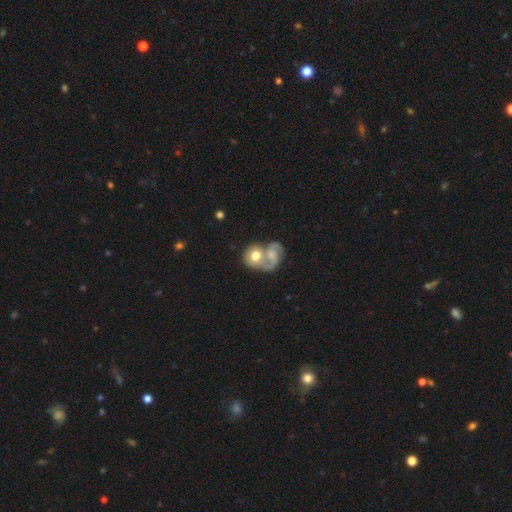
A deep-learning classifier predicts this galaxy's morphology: A smooth galaxy with no disk features (48%).

Vote fractions:
- Smooth or featured? smooth: 48% / featured or disk: 46% / star or artifact: 7%
- Merging? merger: 67% / none: 19% / minor disturbance: 7% / major disturbance: 6%